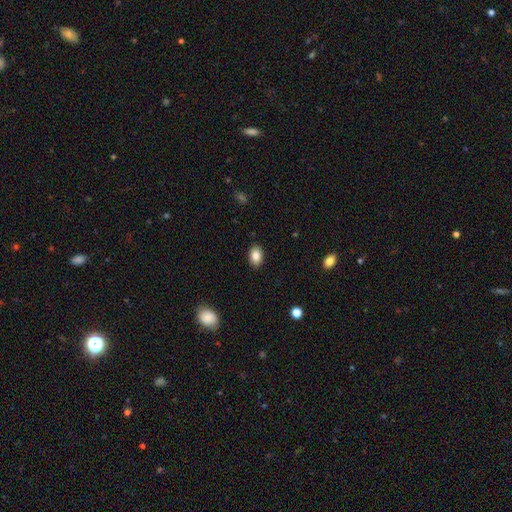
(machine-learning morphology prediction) smooth_or_featured: smooth (p=0.85) [alt: star or artifact p=0.08]
how_rounded: in between (p=0.85) [alt: round p=0.14]
merging: none (p=0.88) [alt: minor disturbance p=0.08]